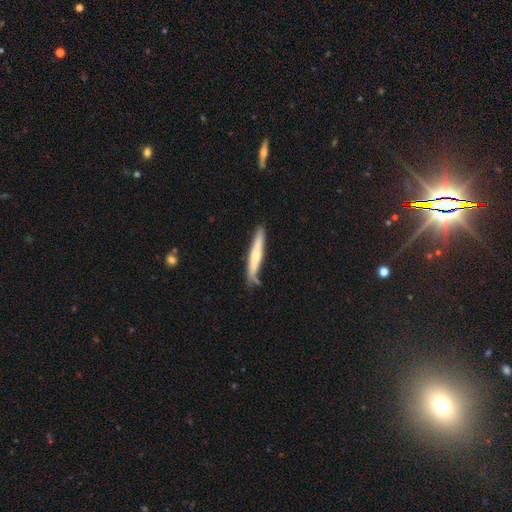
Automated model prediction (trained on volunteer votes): Overall: smooth (51%; featured or disk 44%). How rounded: cigar-shaped (94%). Merging: none (74%).